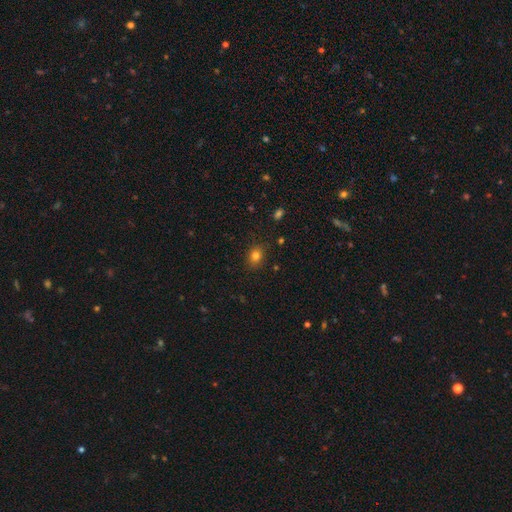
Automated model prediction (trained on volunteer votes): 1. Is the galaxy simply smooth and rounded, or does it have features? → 81% smooth, 13% star or artifact, 6% featured or disk.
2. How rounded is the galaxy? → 50% in between, 49% round, 1% cigar-shaped.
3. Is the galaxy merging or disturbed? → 85% none, 11% minor disturbance, 3% major disturbance, 1% merger.